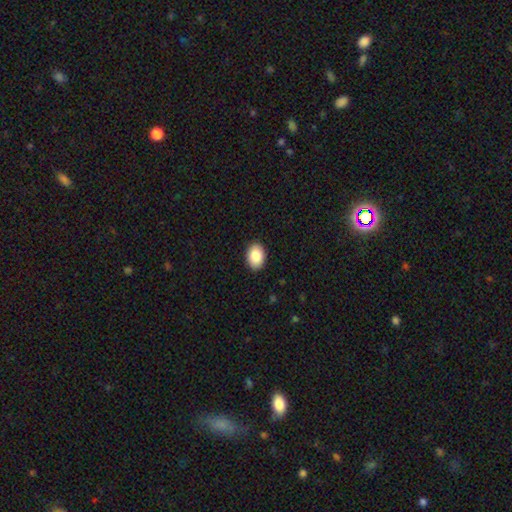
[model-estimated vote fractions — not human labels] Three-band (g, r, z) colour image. It shows a smooth galaxy with no disk features (86%) that is in between round and cigar-shaped (80%). Merging: none (90%).